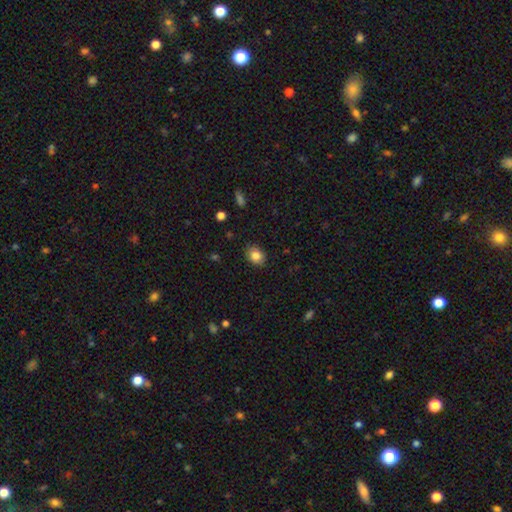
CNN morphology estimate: This is clearly a smooth galaxy (84%). How rounded: likely in between (65%). Merging: clearly none (85%).